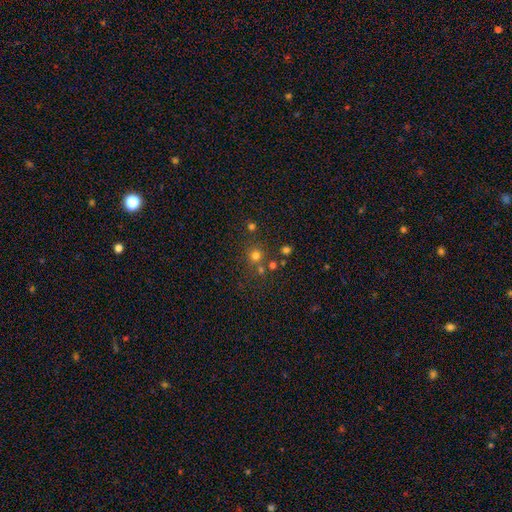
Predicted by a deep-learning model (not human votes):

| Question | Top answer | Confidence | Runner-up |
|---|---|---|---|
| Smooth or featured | smooth | 71% | star or artifact (21%) |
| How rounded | round | 91% | in between (8%) |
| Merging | none | 70% | merger (17%) |